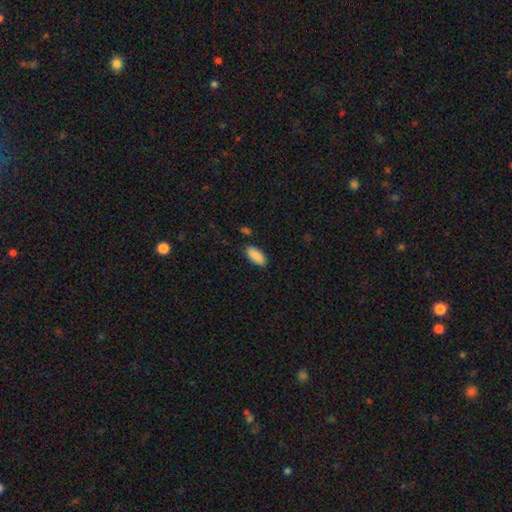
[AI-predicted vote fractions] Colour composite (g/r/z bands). It shows a smooth galaxy with no disk features (90%) that is in between round and cigar-shaped (87%). Merging: none (85%).